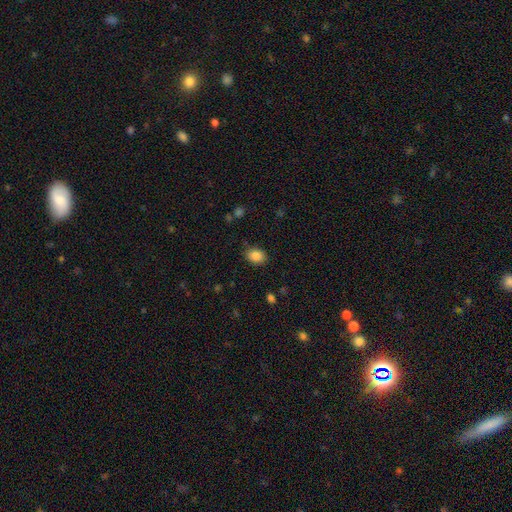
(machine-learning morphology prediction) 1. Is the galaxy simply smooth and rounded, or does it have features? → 86% smooth, 9% star or artifact, 5% featured or disk.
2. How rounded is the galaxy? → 70% in between, 29% round, 1% cigar-shaped.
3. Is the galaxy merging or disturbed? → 86% none, 10% minor disturbance, 3% major disturbance, 1% merger.